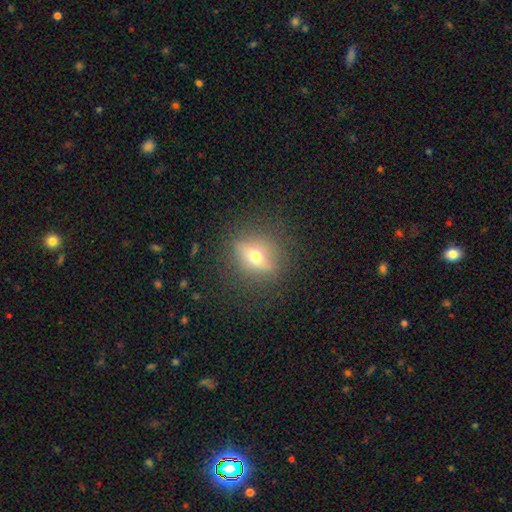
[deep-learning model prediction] smooth-or-featured: featured or disk: 51% | smooth: 36% | star or artifact: 13%
  disk-edge-on: yes: 57% | no: 43%
  merging: none: 85% | minor disturbance: 10% | major disturbance: 4% | merger: 1%